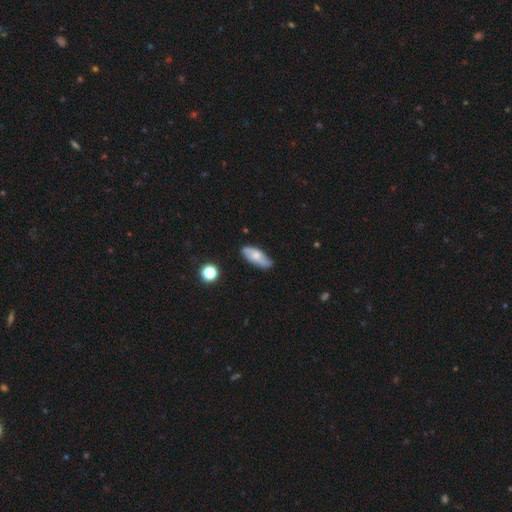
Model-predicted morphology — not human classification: Smooth or featured?
  - smooth: 58% *
  - featured or disk: 35%
  - star or artifact: 8%
How rounded?
  - in between: 74% *
  - cigar-shaped: 23%
  - round: 3%
Merging?
  - none: 76% *
  - minor disturbance: 18%
  - major disturbance: 3%
  - merger: 2%